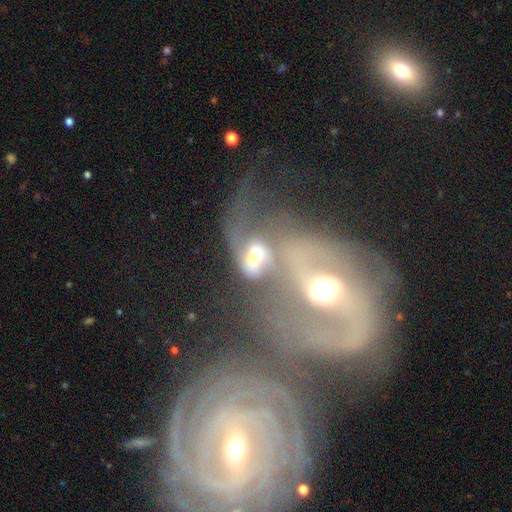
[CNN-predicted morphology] Smooth or featured?
  - featured or disk: 74% *
  - smooth: 17%
  - star or artifact: 9%
Edge-on disk?
  - no: 96% *
  - yes: 4%
Bar?
  - no: 47% *
  - weak: 33%
  - strong: 20%
Spiral arms?
  - yes: 84% *
  - no: 16%
Spiral winding?
  - loose: 41% *
  - medium: 38%
  - tight: 21%
Spiral arm count?
  - 2: 69% *
  - can't tell: 15%
  - 1: 8%
  - 3: 4%
  - 4: 2%
  - more than 4: 2%
Bulge size?
  - moderate: 60% *
  - large: 18%
  - small: 14%
  - none: 4%
  - dominant: 3%
Merging?
  - merger: 77% *
  - major disturbance: 9%
  - none: 8%
  - minor disturbance: 5%